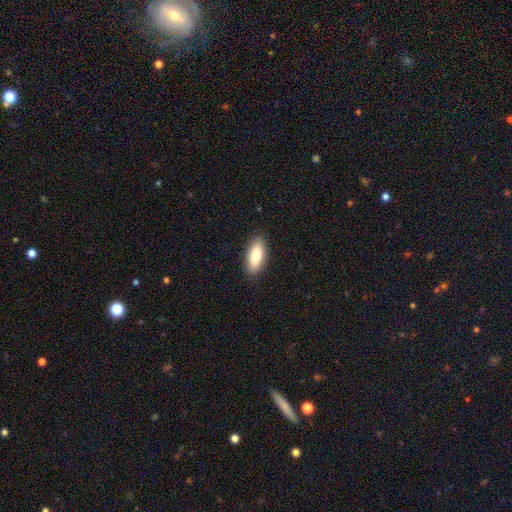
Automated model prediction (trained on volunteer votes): Smooth or featured? smooth (82%)
How rounded? in between (78%)
Merging? none (89%)